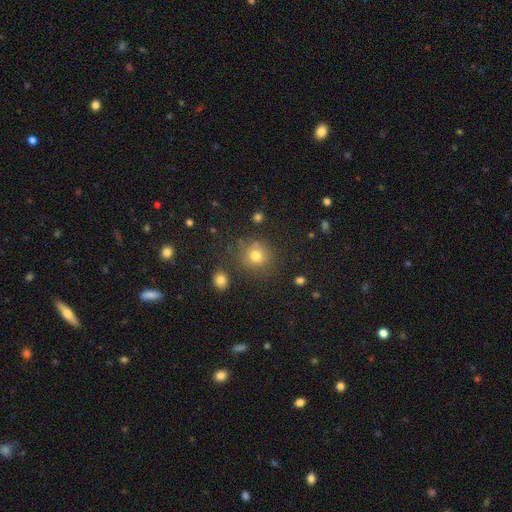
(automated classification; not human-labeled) smooth_or_featured: smooth (p=0.76) [alt: star or artifact p=0.16]
how_rounded: round (p=0.88) [alt: in between p=0.11]
merging: none (p=0.78) [alt: minor disturbance p=0.11]